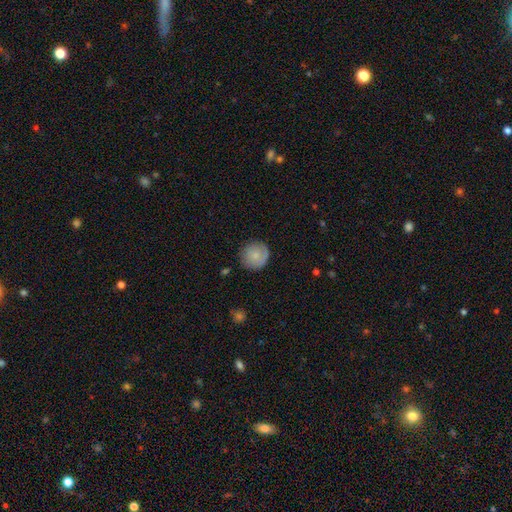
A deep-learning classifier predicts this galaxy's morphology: Smooth or featured: smooth — 74% (featured or disk — 19%)
How rounded: round — 92% (in between — 7%)
Merging: none — 81% (minor disturbance — 14%)